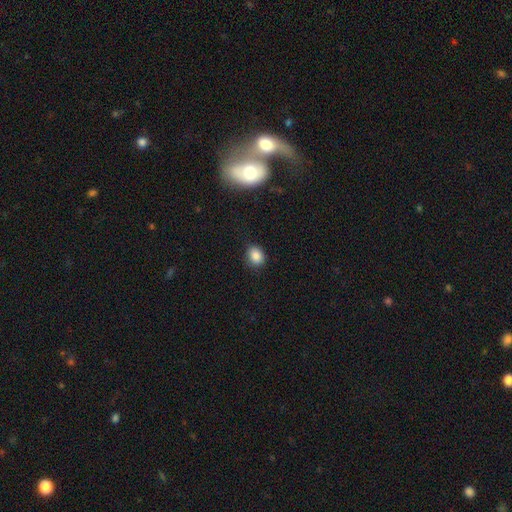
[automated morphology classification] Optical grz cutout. It shows a smooth galaxy with no disk features (84%) that is round (51%). Merging: none (83%).